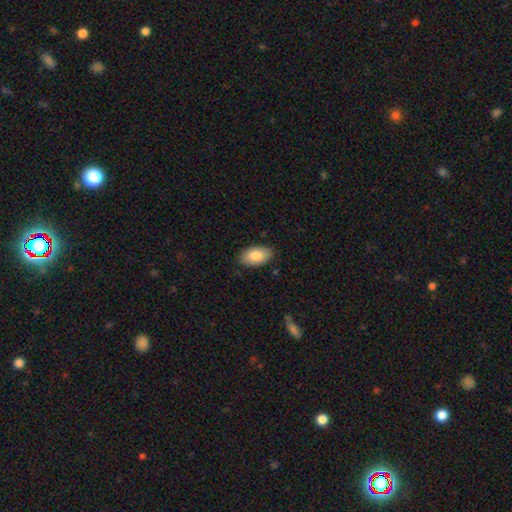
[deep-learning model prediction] Smooth or featured? smooth (83%)
How rounded? in between (94%)
Merging? none (85%)